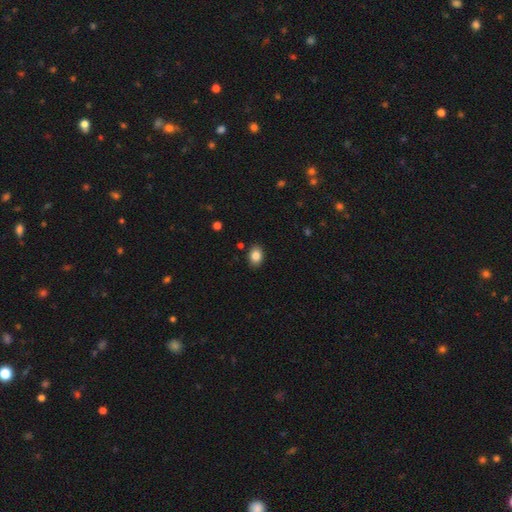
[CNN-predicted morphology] smooth 85%, star or artifact 9%, featured or disk 6%. Down the decision tree: how rounded — in between (73%); merging — none (87%).